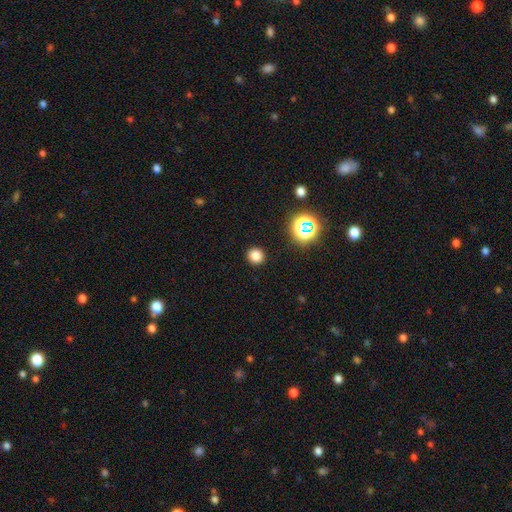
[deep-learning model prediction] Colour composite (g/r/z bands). It shows a smooth galaxy with no disk features (78%) that is round (92%). Merging: none (92%).